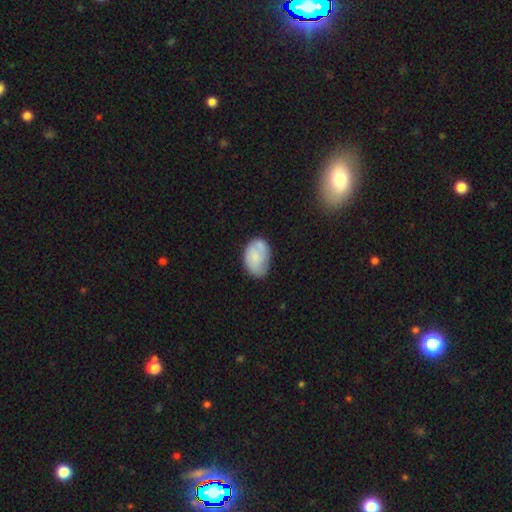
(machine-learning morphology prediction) Smooth or featured: smooth — 71% (featured or disk — 22%)
How rounded: in between — 86% (round — 12%)
Merging: none — 55% (minor disturbance — 32%)